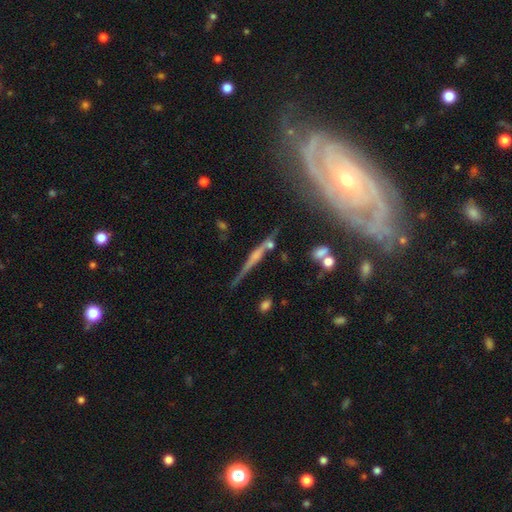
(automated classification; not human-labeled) Smooth or featured?
  - featured or disk: 69% *
  - smooth: 19%
  - star or artifact: 12%
Edge-on disk?
  - yes: 95% *
  - no: 5%
Edge-on bulge?
  - rounded: 50% *
  - none: 30%
  - boxy: 20%
Merging?
  - none: 76% *
  - minor disturbance: 14%
  - merger: 6%
  - major disturbance: 4%